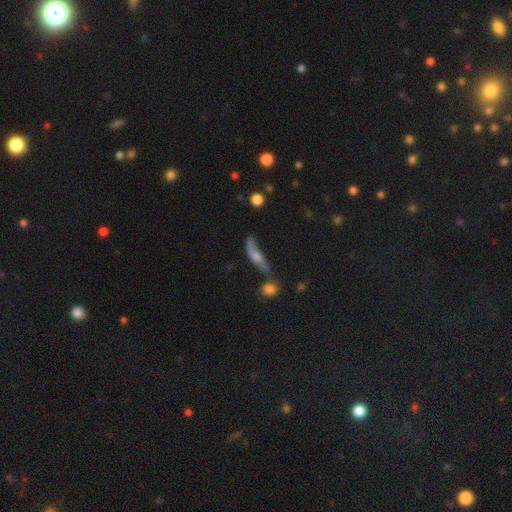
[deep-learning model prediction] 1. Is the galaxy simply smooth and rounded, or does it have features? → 56% featured or disk, 34% smooth, 10% star or artifact.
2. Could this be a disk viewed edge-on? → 51% yes, 49% no.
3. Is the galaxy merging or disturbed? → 44% none, 24% minor disturbance, 16% merger, 16% major disturbance.